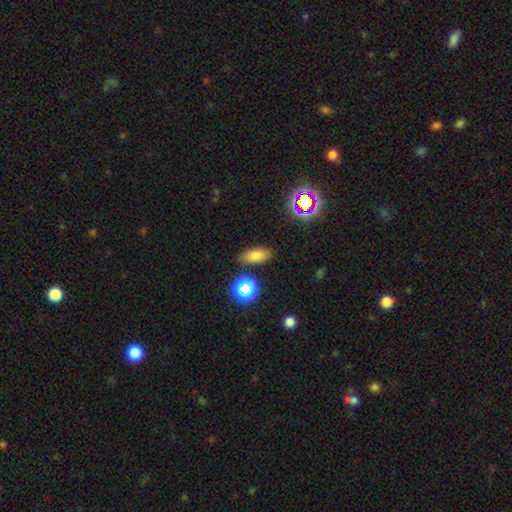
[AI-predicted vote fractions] Smooth or featured? Predicted: smooth (p=0.73). How rounded? Predicted: in between (p=0.81). Merging? Predicted: none (p=0.85).